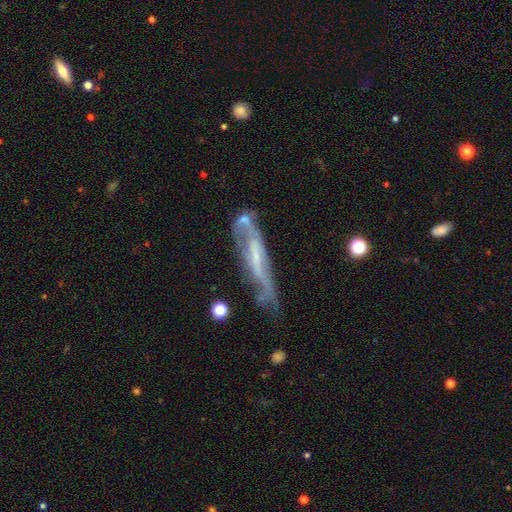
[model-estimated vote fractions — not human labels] A featured or disk galaxy (72%).

Vote fractions:
- Smooth or featured? featured or disk: 72% / smooth: 20% / star or artifact: 8%
- Edge-on disk? no: 52% / yes: 48%
- Merging? none: 48% / minor disturbance: 26% / major disturbance: 17% / merger: 9%